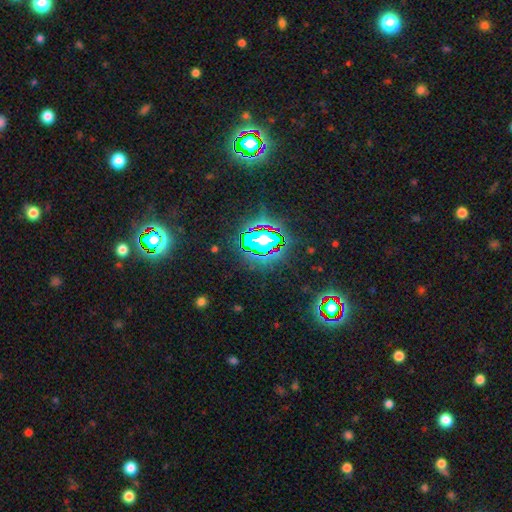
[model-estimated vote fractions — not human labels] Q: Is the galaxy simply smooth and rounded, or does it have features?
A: star or artifact — 82%.